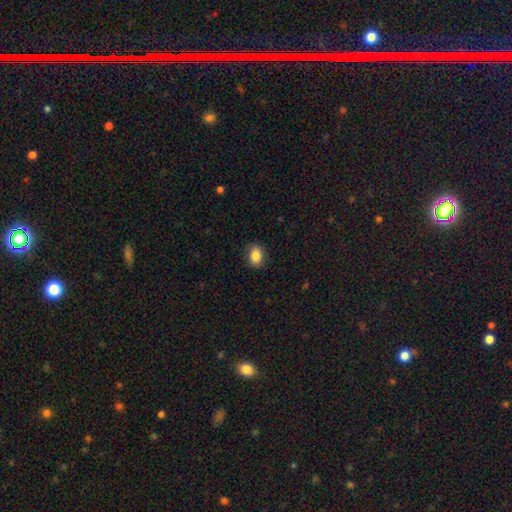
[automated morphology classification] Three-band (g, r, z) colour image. It shows a smooth galaxy with no disk features (86%) that is in between round and cigar-shaped (70%). Merging: none (81%).